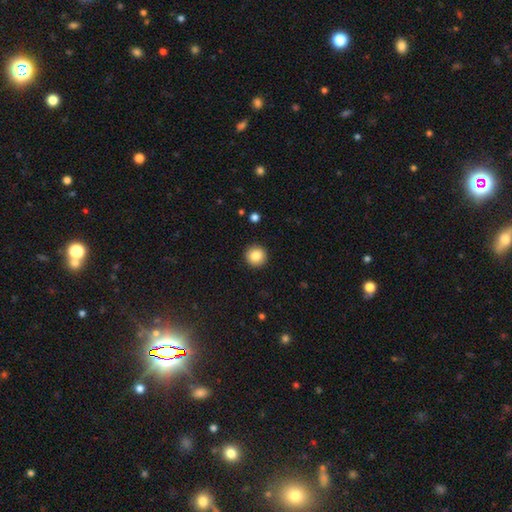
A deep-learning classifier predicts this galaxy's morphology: smooth_or_featured: smooth (p=0.86) [alt: star or artifact p=0.09]
how_rounded: round (p=0.95) [alt: in between p=0.04]
merging: none (p=0.92) [alt: minor disturbance p=0.05]